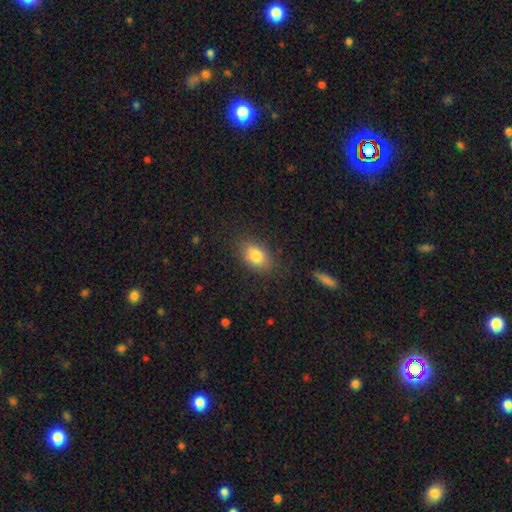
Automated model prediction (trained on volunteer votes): Smooth or featured? Predicted: smooth (p=0.81). How rounded? Predicted: in between (p=0.82). Merging? Predicted: none (p=0.81).